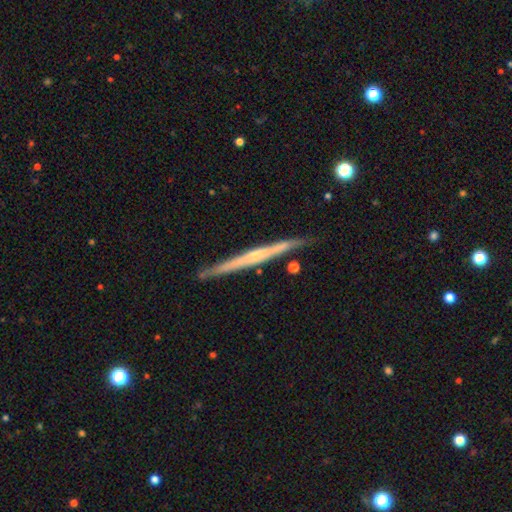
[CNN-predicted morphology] The model was most divided on "edge-on bulge": none: 60%, rounded: 33%, boxy: 6%. More confident: edge-on disk — yes (98%); merging — none (87%); smooth or featured — featured or disk (68%).